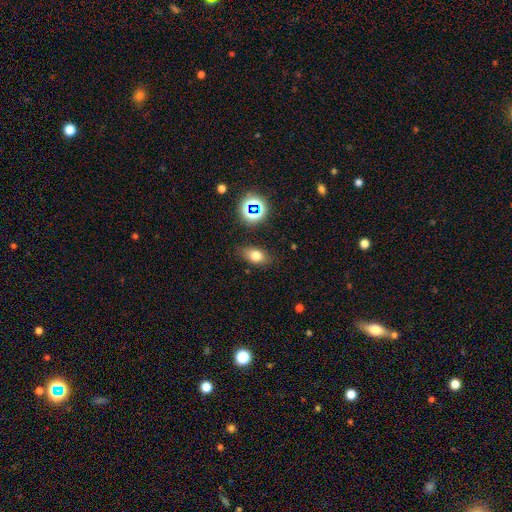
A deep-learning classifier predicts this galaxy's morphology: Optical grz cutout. It shows a smooth galaxy with no disk features (73%) that is in between round and cigar-shaped (80%). Merging: none (81%).